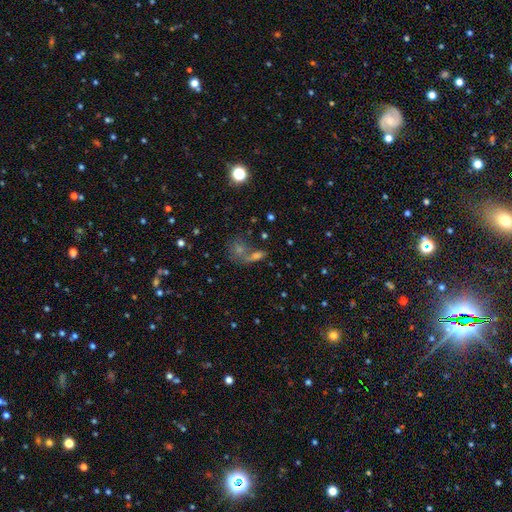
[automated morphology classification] The model was most divided on "merging": merger: 47%, none: 36%, minor disturbance: 9%, major disturbance: 8%. More confident: how rounded — in between (55%); smooth or featured — smooth (53%).